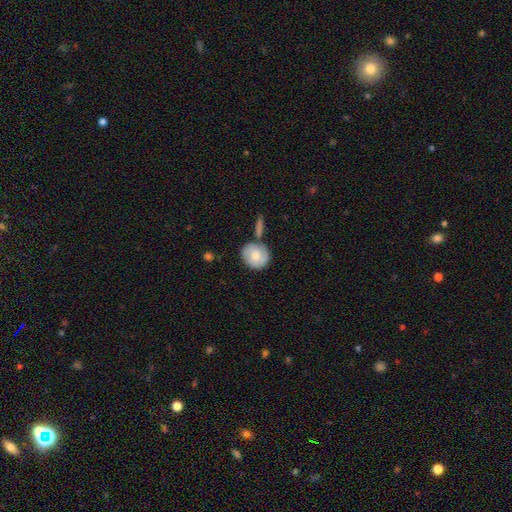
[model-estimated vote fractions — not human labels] A smooth galaxy with no disk features (73%) that is round (80%).

Vote fractions:
- Smooth or featured? smooth: 73% / featured or disk: 21% / star or artifact: 6%
- How rounded? round: 80% / in between: 19% / cigar-shaped: 1%
- Merging? none: 64% / minor disturbance: 16% / merger: 15% / major disturbance: 4%